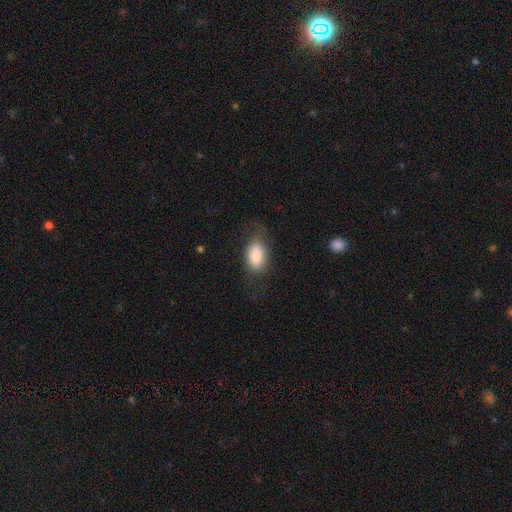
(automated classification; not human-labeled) smooth-or-featured: smooth: 81% | featured or disk: 13% | star or artifact: 7%
  how-rounded: in between: 90% | round: 7% | cigar-shaped: 3%
  merging: none: 65% | minor disturbance: 21% | major disturbance: 12% | merger: 1%